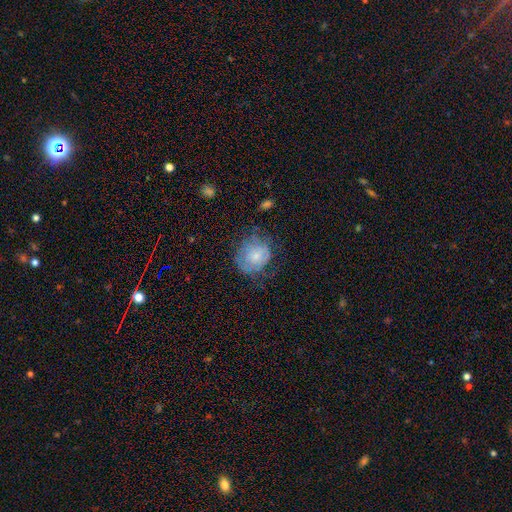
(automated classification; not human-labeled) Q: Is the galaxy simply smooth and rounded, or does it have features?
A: smooth — 57%.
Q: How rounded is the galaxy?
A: round — 78%.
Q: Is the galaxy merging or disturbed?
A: none — 53%.